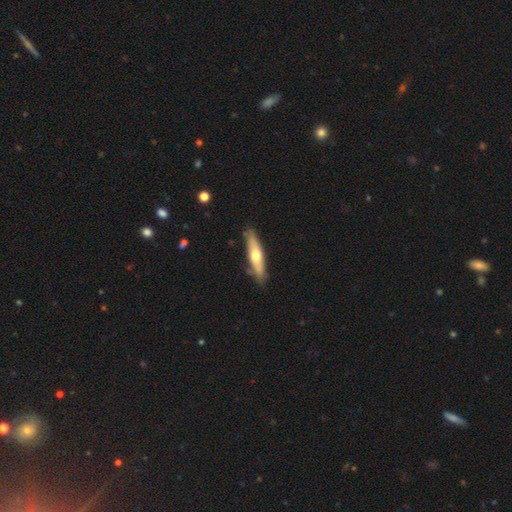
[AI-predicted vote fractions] Smooth or featured: smooth — 52% (featured or disk — 42%)
How rounded: cigar-shaped — 77% (in between — 22%)
Merging: none — 82% (minor disturbance — 13%)